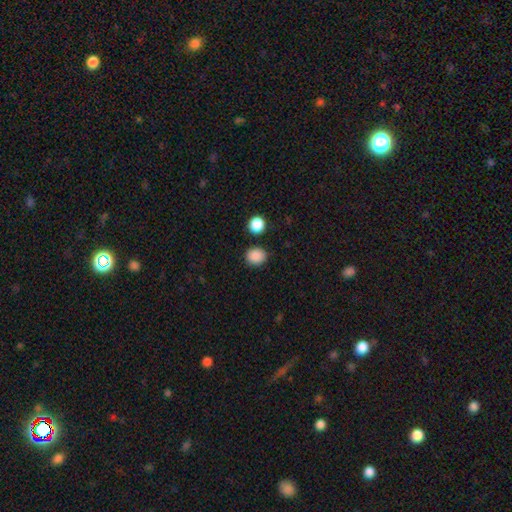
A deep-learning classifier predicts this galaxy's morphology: Smooth or featured: smooth — 87% (star or artifact — 10%)
How rounded: round — 73% (in between — 26%)
Merging: none — 85% (minor disturbance — 9%)